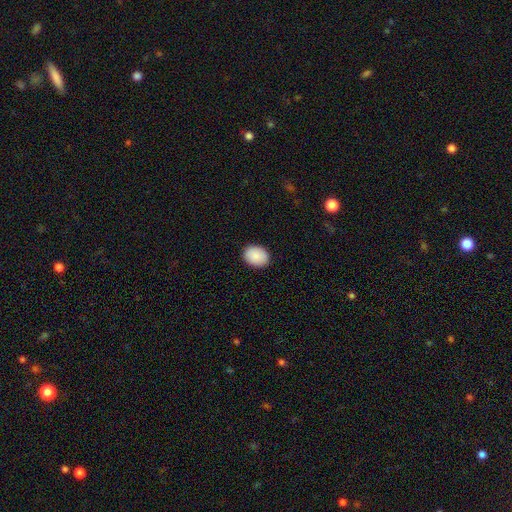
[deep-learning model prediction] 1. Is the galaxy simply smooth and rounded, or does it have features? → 89% smooth, 7% star or artifact, 4% featured or disk.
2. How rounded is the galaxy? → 66% in between, 33% round, 1% cigar-shaped.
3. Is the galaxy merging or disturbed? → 89% none, 8% minor disturbance, 2% major disturbance, 1% merger.